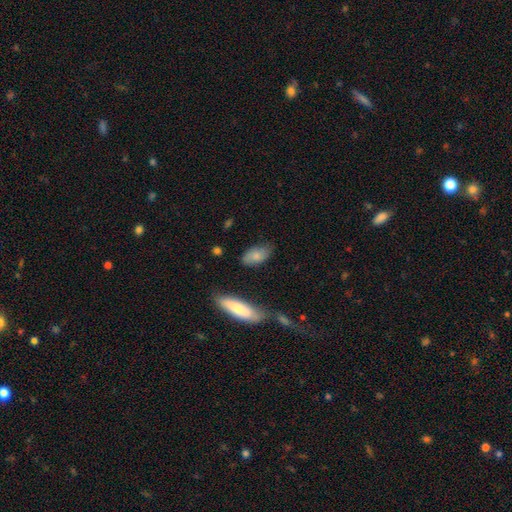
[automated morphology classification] smooth-or-featured: smooth: 78% | featured or disk: 15% | star or artifact: 7%
  how-rounded: in between: 90% | cigar-shaped: 6% | round: 4%
  merging: none: 72% | minor disturbance: 20% | major disturbance: 5% | merger: 4%